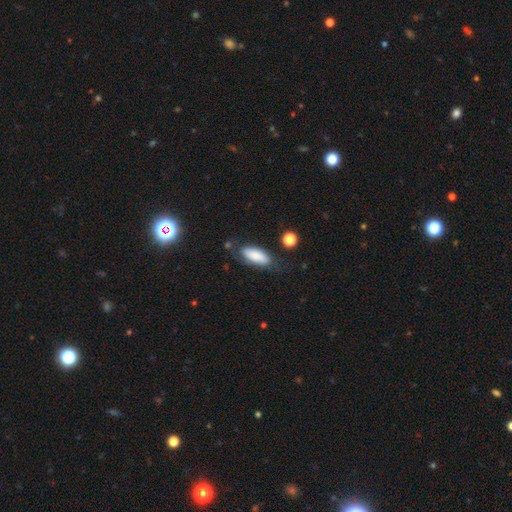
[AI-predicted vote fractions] smooth-or-featured: smooth: 82% | featured or disk: 11% | star or artifact: 7%
  how-rounded: in between: 78% | cigar-shaped: 20% | round: 2%
  merging: none: 67% | minor disturbance: 21% | major disturbance: 8% | merger: 4%